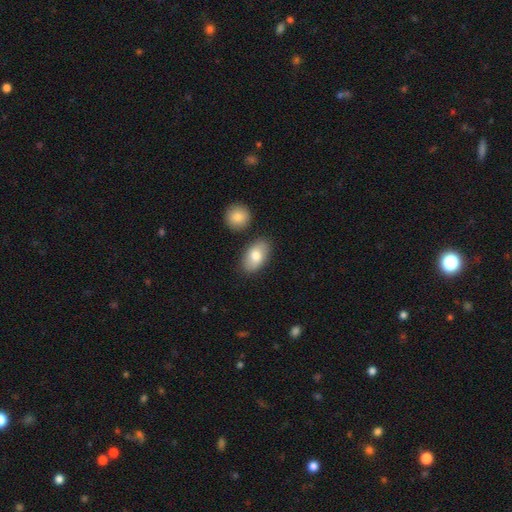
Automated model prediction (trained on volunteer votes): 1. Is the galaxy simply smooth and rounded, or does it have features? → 79% smooth, 15% featured or disk, 6% star or artifact.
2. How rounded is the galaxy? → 92% in between, 7% round, 2% cigar-shaped.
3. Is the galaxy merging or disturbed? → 80% none, 11% minor disturbance, 6% merger, 3% major disturbance.